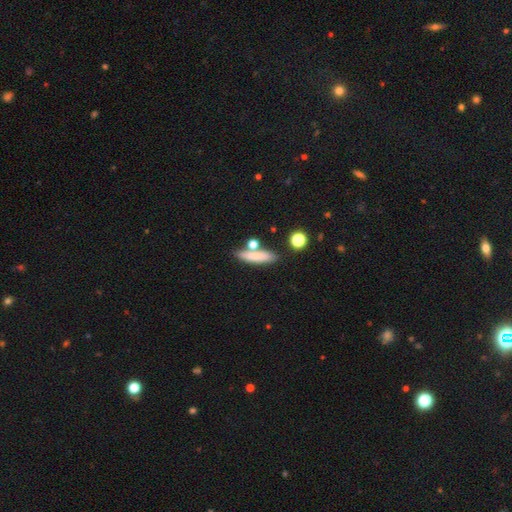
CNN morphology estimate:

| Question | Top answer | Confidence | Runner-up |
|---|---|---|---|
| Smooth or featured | smooth | 76% | featured or disk (16%) |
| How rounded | cigar-shaped | 65% | in between (30%) |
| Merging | none | 69% | merger (15%) |